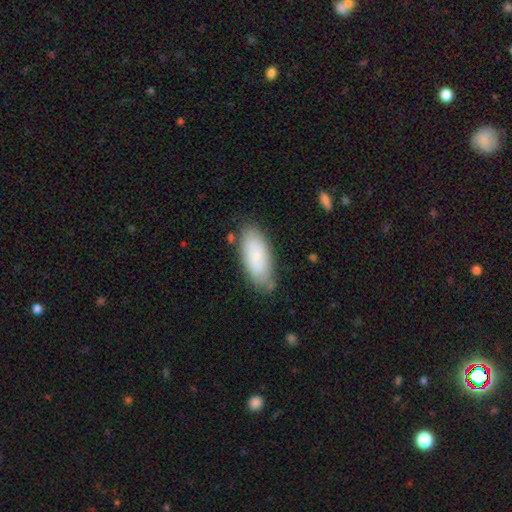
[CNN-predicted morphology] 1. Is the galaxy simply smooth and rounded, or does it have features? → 77% smooth, 17% featured or disk, 6% star or artifact.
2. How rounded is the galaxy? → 83% in between, 15% cigar-shaped, 2% round.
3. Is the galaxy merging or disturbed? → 76% none, 18% minor disturbance, 3% major disturbance, 3% merger.